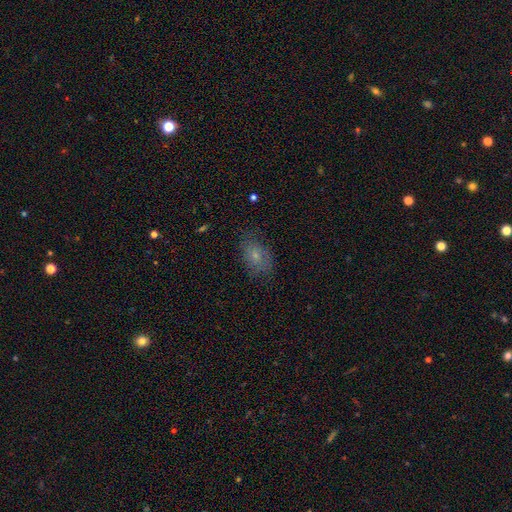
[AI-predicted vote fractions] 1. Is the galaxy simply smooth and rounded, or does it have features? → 64% smooth, 25% featured or disk, 12% star or artifact.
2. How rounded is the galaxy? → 81% in between, 18% round, 2% cigar-shaped.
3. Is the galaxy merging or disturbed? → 70% none, 21% minor disturbance, 8% major disturbance, 1% merger.